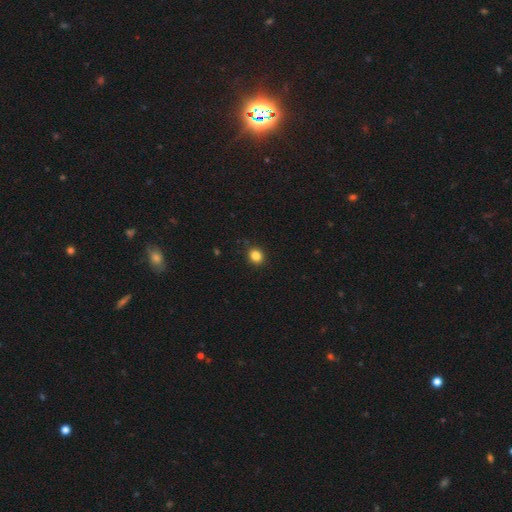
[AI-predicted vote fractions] Smooth or featured: smooth — 85% (star or artifact — 11%)
How rounded: round — 69% (in between — 30%)
Merging: none — 89% (minor disturbance — 8%)